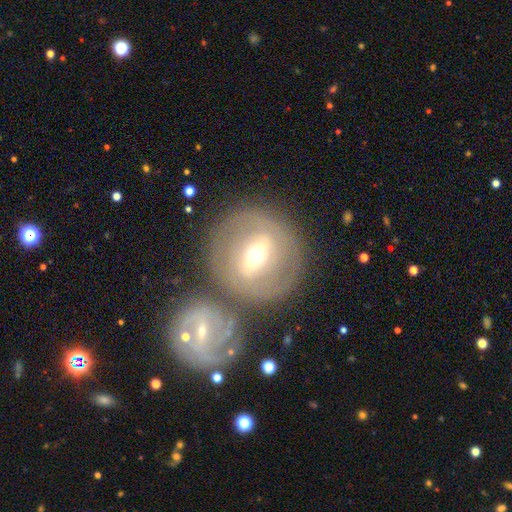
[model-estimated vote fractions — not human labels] Smooth or featured? featured or disk (67%)
Edge-on disk? no (93%)
Bar? strong (44%)
Spiral arms? yes (65%)
Bulge size? moderate (56%)
Merging? none (49%)